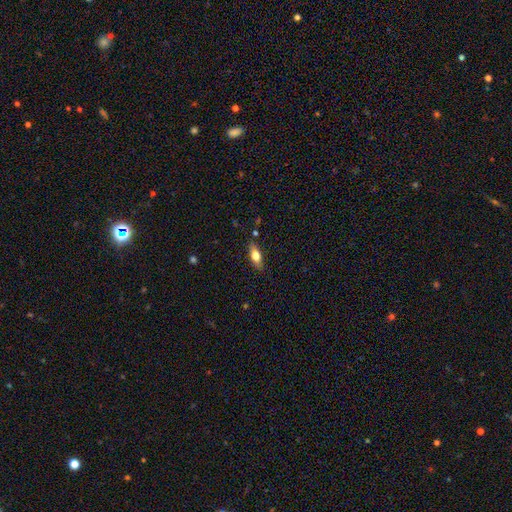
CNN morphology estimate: Smooth or featured: smooth — 66% (featured or disk — 27%)
How rounded: in between — 69% (cigar-shaped — 27%)
Merging: none — 84% (minor disturbance — 12%)